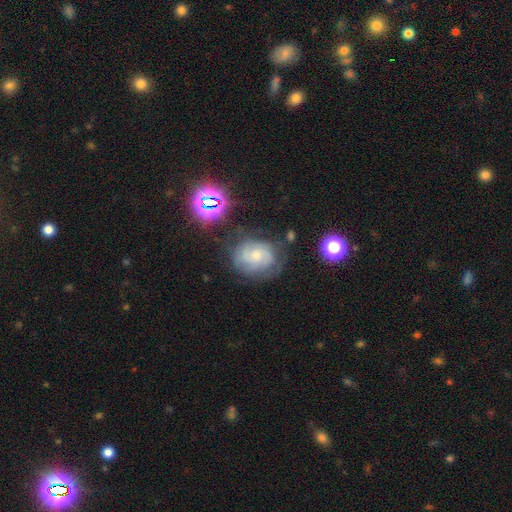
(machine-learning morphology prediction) Q: Smooth or featured?
A: featured or disk (65%); runner-up: smooth (23%)
Q: Edge-on disk?
A: no (97%); runner-up: yes (3%)
Q: Bar?
A: no (72%); runner-up: weak (24%)
Q: Spiral arms?
A: yes (88%); runner-up: no (12%)
Q: Spiral winding?
A: tight (54%); runner-up: medium (36%)
Q: Spiral arm count?
A: can't tell (39%); runner-up: 2 (26%)
Q: Bulge size?
A: small (58%); runner-up: moderate (33%)
Q: Merging?
A: none (63%); runner-up: minor disturbance (23%)